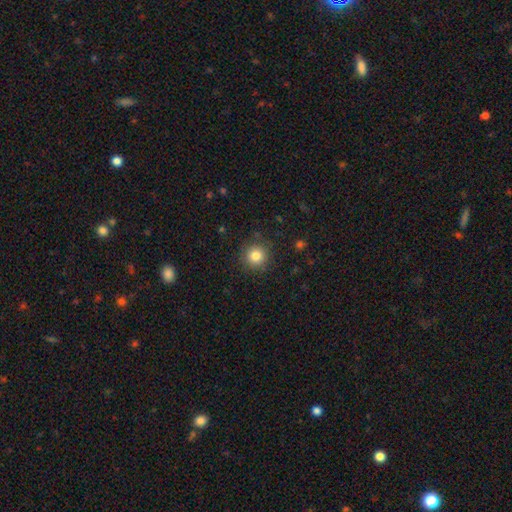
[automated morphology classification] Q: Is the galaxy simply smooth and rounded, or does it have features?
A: smooth — 82%.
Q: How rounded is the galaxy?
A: round — 94%.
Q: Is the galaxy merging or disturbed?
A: none — 88%.